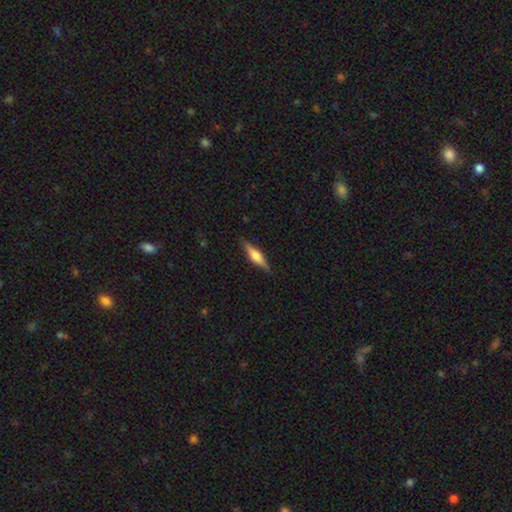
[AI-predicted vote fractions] The model was most divided on "smooth or featured": featured or disk: 63%, smooth: 31%, star or artifact: 6%. More confident: edge-on disk — yes (97%); merging — none (88%); edge-on bulge — rounded (81%).